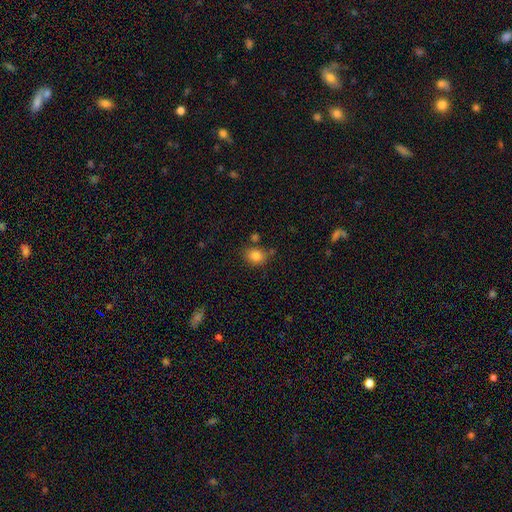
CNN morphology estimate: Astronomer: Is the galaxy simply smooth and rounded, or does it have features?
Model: smooth — 83%.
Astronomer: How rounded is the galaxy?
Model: round — 55% (runner-up: in between, 44%).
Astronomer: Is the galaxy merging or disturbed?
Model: none — 73%.